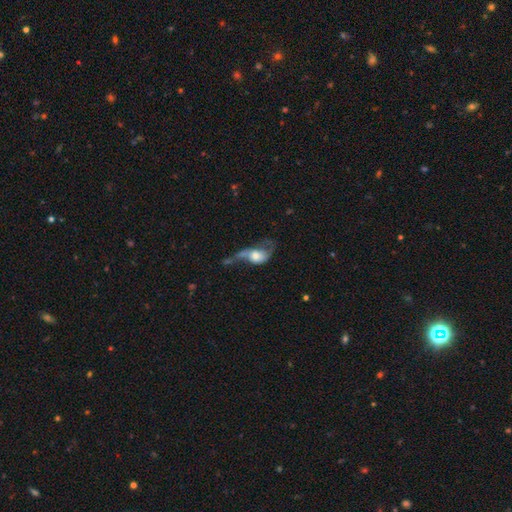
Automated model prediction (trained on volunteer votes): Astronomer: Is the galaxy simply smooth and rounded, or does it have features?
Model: featured or disk — 55% (runner-up: smooth, 37%).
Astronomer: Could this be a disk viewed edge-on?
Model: no — 91%.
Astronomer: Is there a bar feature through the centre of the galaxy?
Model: no — 72%.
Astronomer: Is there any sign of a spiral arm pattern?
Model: yes — 69%.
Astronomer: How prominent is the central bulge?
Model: moderate — 45% (runner-up: large, 31%).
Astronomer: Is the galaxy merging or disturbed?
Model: major disturbance — 53%.